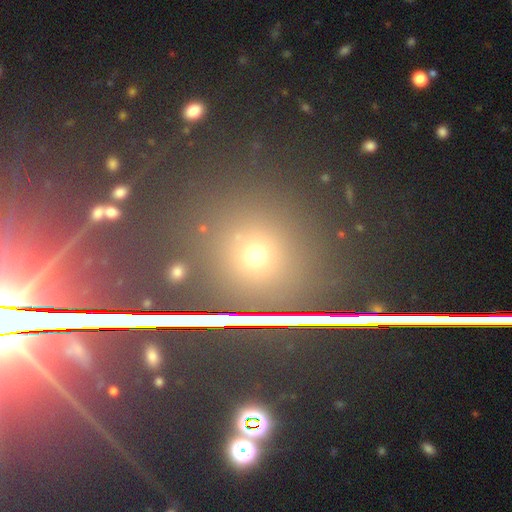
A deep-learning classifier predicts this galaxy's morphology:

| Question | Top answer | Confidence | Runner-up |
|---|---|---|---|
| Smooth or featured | smooth | 47% | star or artifact (44%) |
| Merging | none | 83% | minor disturbance (9%) |